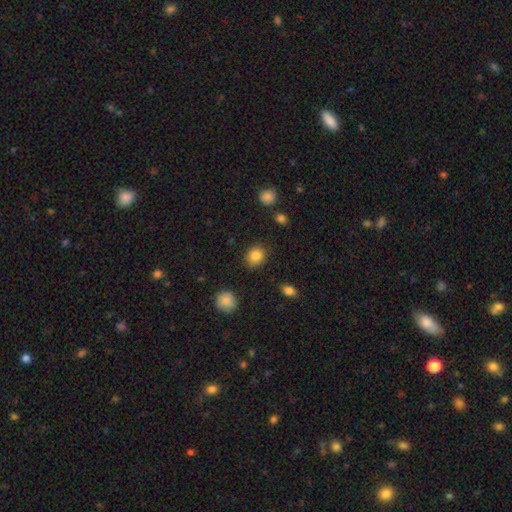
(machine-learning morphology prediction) The model was most divided on "how rounded": round: 67%, in between: 32%, cigar-shaped: 1%. More confident: smooth or featured — smooth (86%); merging — none (86%).